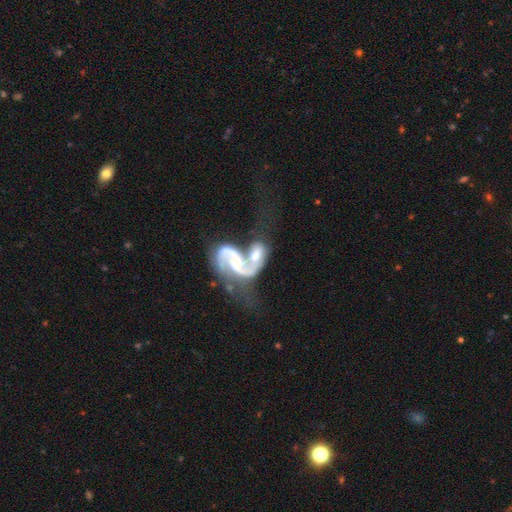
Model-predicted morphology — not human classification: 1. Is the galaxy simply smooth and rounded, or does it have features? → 80% featured or disk, 14% smooth, 6% star or artifact.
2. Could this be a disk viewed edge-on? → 97% no, 3% yes.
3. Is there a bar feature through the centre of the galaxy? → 51% no, 37% weak, 12% strong.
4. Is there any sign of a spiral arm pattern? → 89% yes, 11% no.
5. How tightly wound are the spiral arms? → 60% loose, 32% medium, 8% tight.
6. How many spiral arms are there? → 82% 2, 7% 1, 6% can't tell, 2% 3, 1% 4, 1% more than 4.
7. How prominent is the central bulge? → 41% small, 34% moderate, 18% none, 6% large, 2% dominant.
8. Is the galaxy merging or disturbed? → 66% merger, 14% none, 13% major disturbance, 7% minor disturbance.